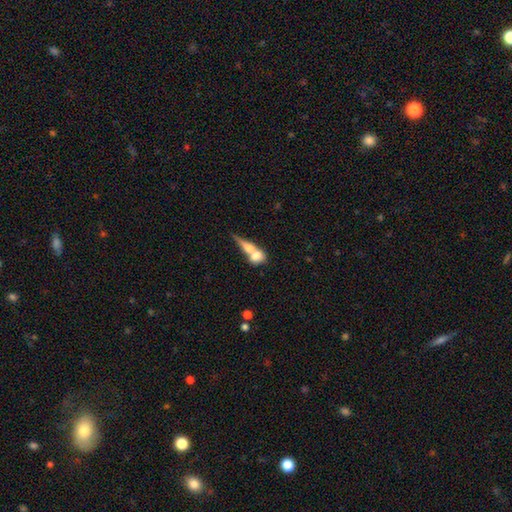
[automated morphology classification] Smooth or featured? smooth (63%)
How rounded? in between (48%)
Merging? merger (66%)